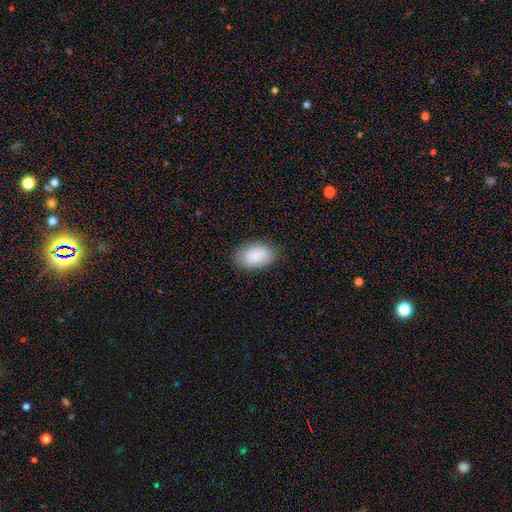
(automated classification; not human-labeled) Overall: smooth (87%). How rounded: in between (89%). Merging: none (81%).